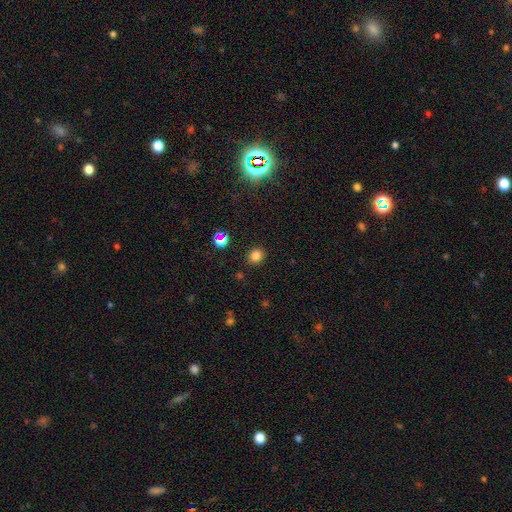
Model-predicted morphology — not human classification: Smooth or featured: smooth — 80% (star or artifact — 15%)
How rounded: round — 77% (in between — 22%)
Merging: none — 89% (minor disturbance — 7%)